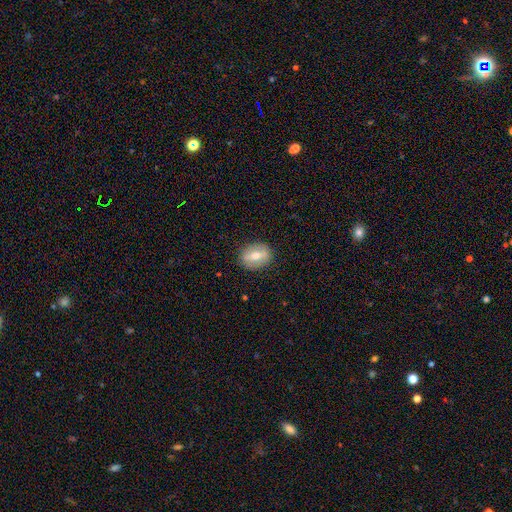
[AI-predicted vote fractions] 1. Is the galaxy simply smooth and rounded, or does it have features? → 53% smooth, 39% featured or disk, 8% star or artifact.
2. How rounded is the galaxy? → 59% in between, 39% round, 2% cigar-shaped.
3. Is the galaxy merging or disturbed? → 87% none, 9% minor disturbance, 2% major disturbance, 1% merger.